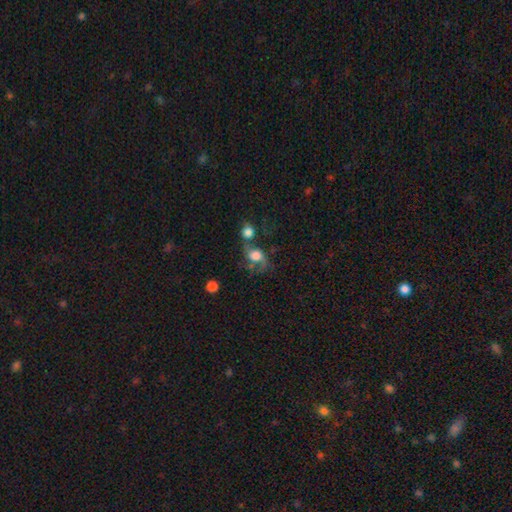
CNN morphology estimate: A featured or disk galaxy (48%).

Vote fractions:
- Smooth or featured? featured or disk: 48% / smooth: 40% / star or artifact: 11%
- Merging? merger: 34% / none: 30% / major disturbance: 20% / minor disturbance: 15%